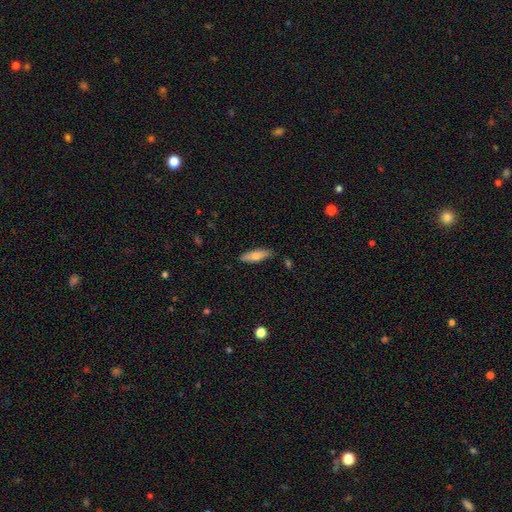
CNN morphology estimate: Q: Smooth or featured?
A: smooth (68%); runner-up: featured or disk (26%)
Q: How rounded?
A: cigar-shaped (55%); runner-up: in between (43%)
Q: Merging?
A: none (83%); runner-up: minor disturbance (13%)